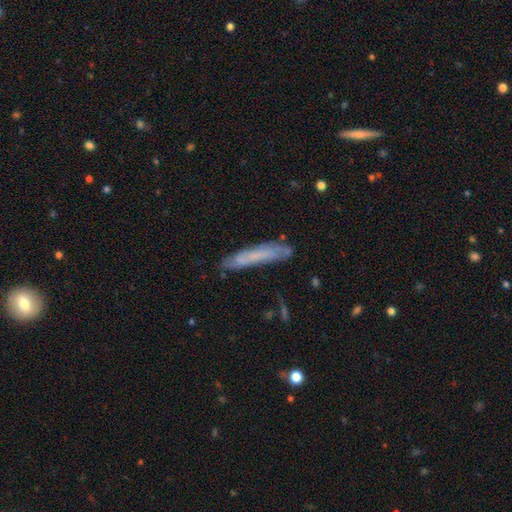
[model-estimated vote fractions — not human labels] Morphology: type=smooth (58%); roundness=cigar-shaped (91%); merging=none (70%).